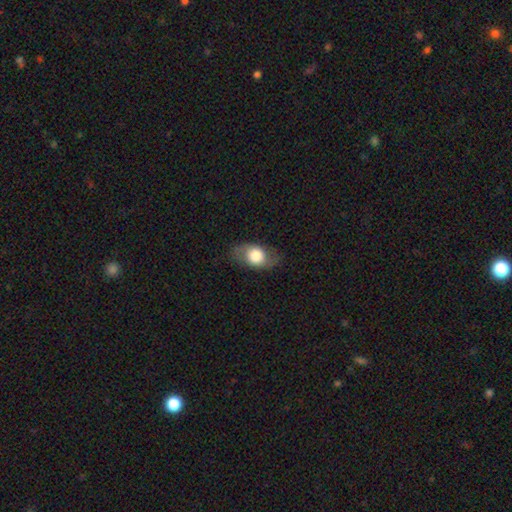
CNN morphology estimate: Smooth or featured? smooth (59%)
How rounded? in between (76%)
Merging? none (79%)